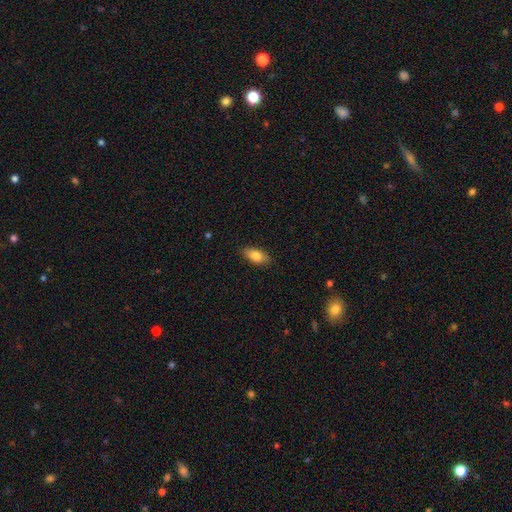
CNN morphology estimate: Q: Smooth or featured?
A: smooth (80%); runner-up: featured or disk (13%)
Q: How rounded?
A: in between (87%); runner-up: cigar-shaped (9%)
Q: Merging?
A: none (87%); runner-up: minor disturbance (10%)